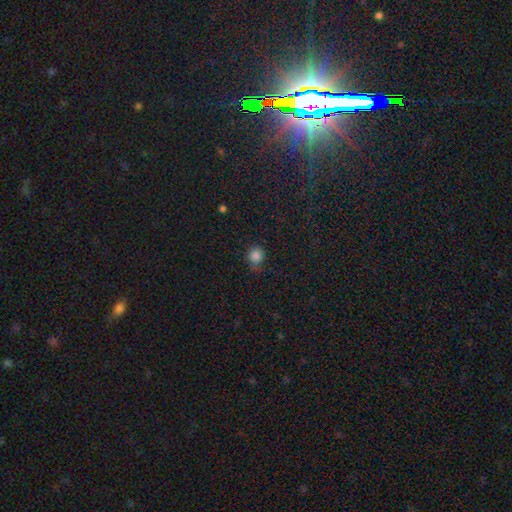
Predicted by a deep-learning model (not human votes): This is clearly a smooth galaxy (81%). How rounded: likely round (77%). Merging: likely none (62%).